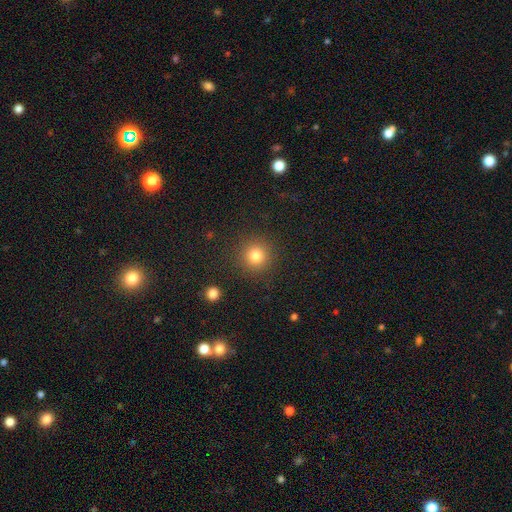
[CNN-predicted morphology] Q: Smooth or featured?
A: smooth (81%); runner-up: star or artifact (13%)
Q: How rounded?
A: round (94%); runner-up: in between (5%)
Q: Merging?
A: none (89%); runner-up: minor disturbance (6%)